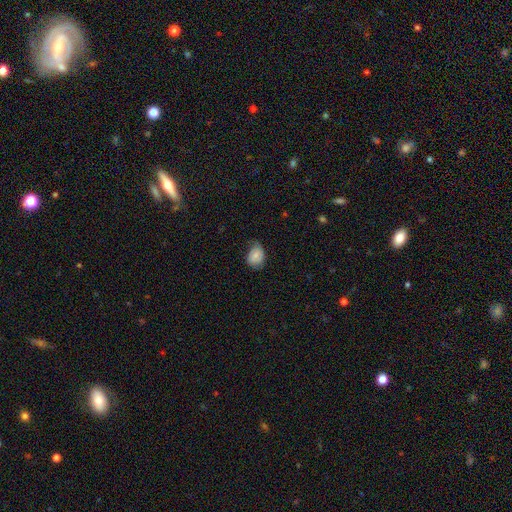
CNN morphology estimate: smooth-or-featured: smooth: 73% | featured or disk: 19% | star or artifact: 8%
  how-rounded: in between: 63% | round: 36% | cigar-shaped: 1%
  merging: none: 48% | minor disturbance: 38% | major disturbance: 13% | merger: 1%